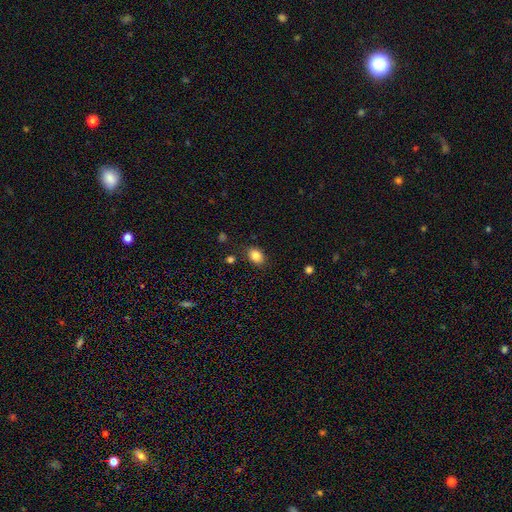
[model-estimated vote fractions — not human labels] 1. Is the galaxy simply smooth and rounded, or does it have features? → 85% smooth, 9% star or artifact, 6% featured or disk.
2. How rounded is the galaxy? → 74% in between, 25% round, 1% cigar-shaped.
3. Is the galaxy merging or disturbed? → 84% none, 11% minor disturbance, 3% major disturbance, 2% merger.